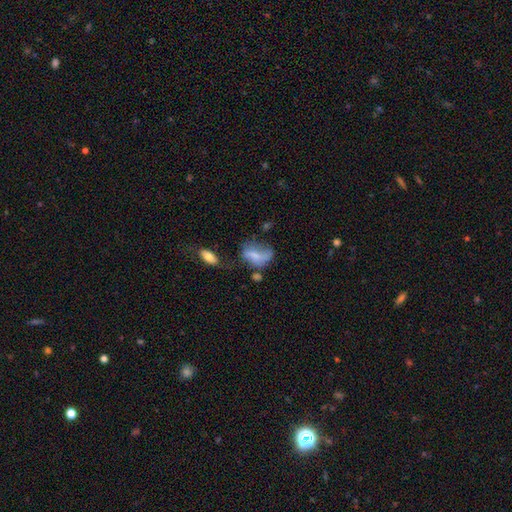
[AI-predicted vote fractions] Morphology: type=smooth (55%); roundness=in between (80%); merging=major disturbance (33%).